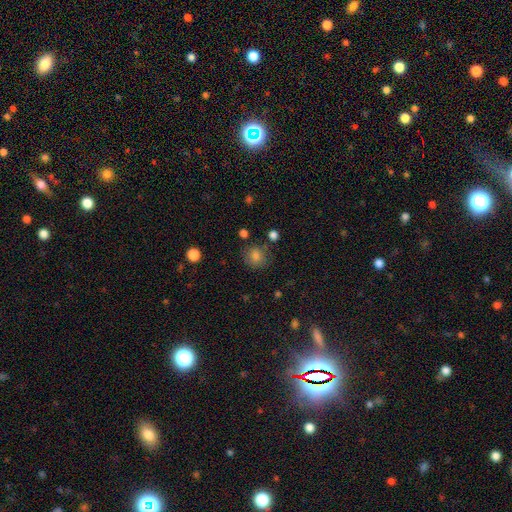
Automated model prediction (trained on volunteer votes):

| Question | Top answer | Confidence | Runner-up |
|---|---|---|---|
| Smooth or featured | smooth | 80% | star or artifact (13%) |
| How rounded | round | 78% | in between (21%) |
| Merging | none | 78% | minor disturbance (13%) |